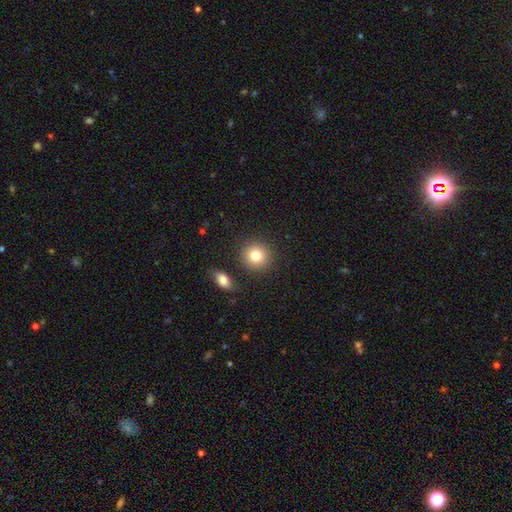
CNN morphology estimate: Smooth or featured? smooth (82%)
How rounded? round (89%)
Merging? none (86%)